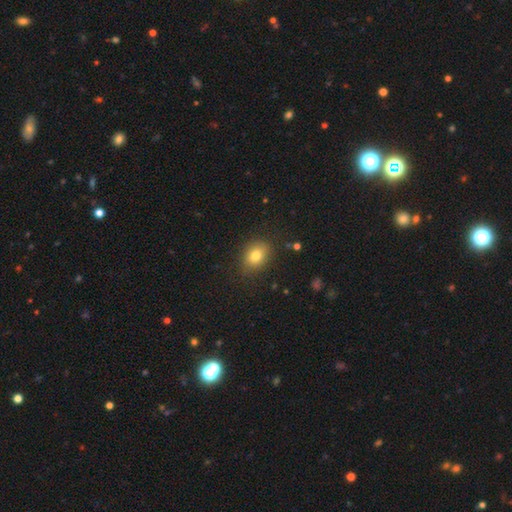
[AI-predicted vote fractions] The model was most divided on "how rounded": in between: 60%, round: 39%, cigar-shaped: 1%. More confident: merging — none (85%); smooth or featured — smooth (79%).